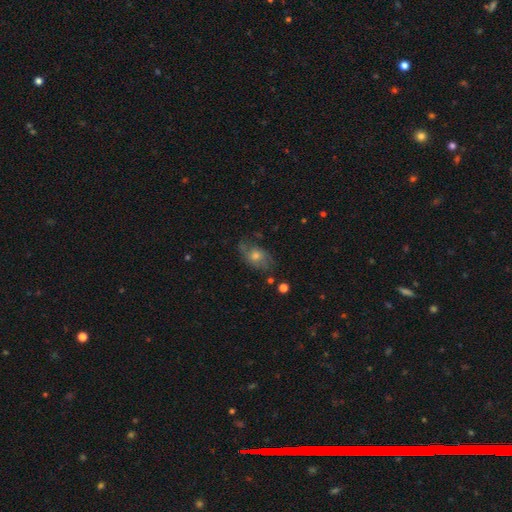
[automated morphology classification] Smooth or featured: featured or disk — 45% (smooth — 41%)
Merging: none — 62% (minor disturbance — 24%)